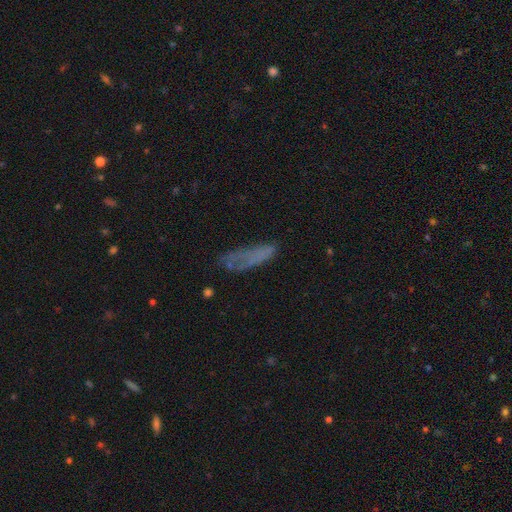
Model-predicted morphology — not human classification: smooth_or_featured: smooth (p=0.60) [alt: featured or disk p=0.25]
how_rounded: cigar-shaped (p=0.58) [alt: in between p=0.39]
merging: none (p=0.48) [alt: minor disturbance p=0.26]